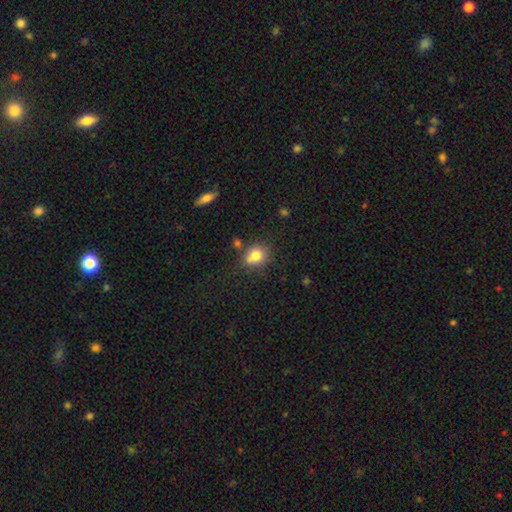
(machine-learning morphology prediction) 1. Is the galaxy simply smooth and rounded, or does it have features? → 77% smooth, 11% featured or disk, 11% star or artifact.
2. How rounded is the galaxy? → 66% round, 33% in between, 1% cigar-shaped.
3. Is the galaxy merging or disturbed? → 58% none, 19% merger, 18% minor disturbance, 5% major disturbance.